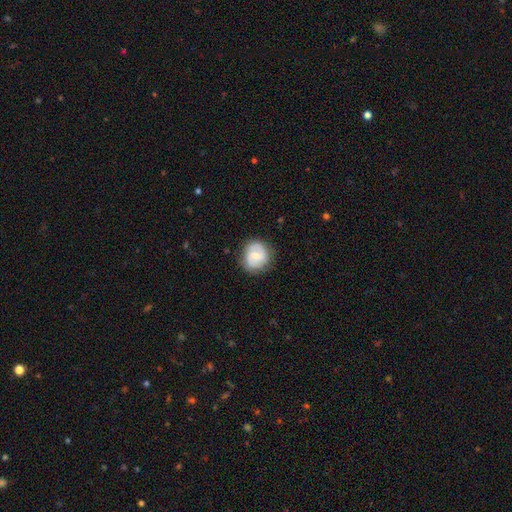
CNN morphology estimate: A featured or disk galaxy (56%) with no bar (47%), spiral arms (85%) and a small central bulge (50%). Merging: none (80%).